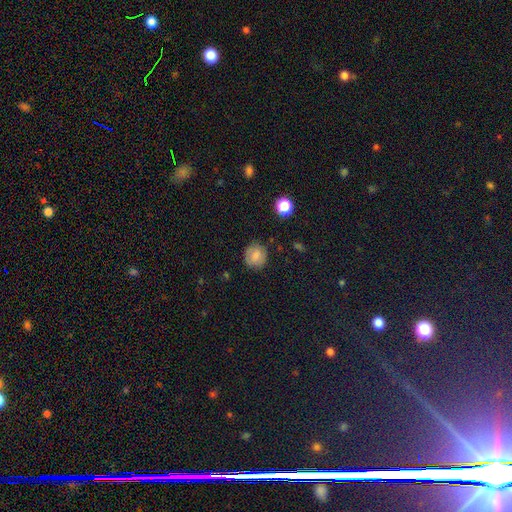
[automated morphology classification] smooth_or_featured: smooth (p=0.72) [alt: featured or disk p=0.17]
how_rounded: round (p=0.84) [alt: in between p=0.15]
merging: none (p=0.79) [alt: minor disturbance p=0.15]